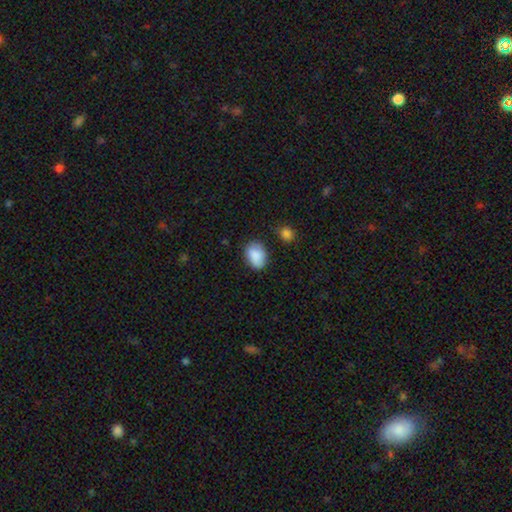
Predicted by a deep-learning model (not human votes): smooth 86%, star or artifact 7%, featured or disk 7%. Down the decision tree: how rounded — in between (75%); merging — none (72%).